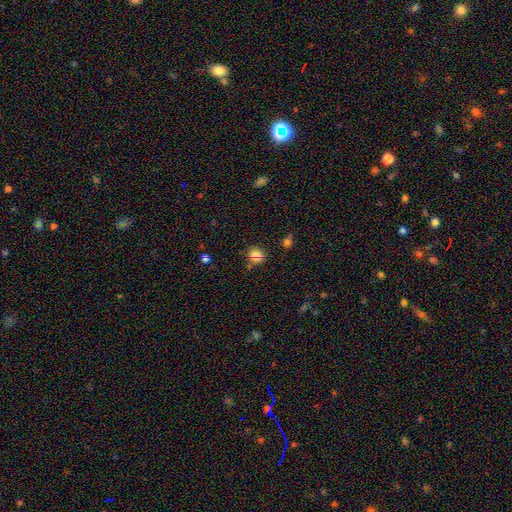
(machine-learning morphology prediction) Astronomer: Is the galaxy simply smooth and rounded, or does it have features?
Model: smooth — 73%.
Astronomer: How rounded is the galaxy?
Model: round — 80%.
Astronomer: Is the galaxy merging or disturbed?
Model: none — 76%.